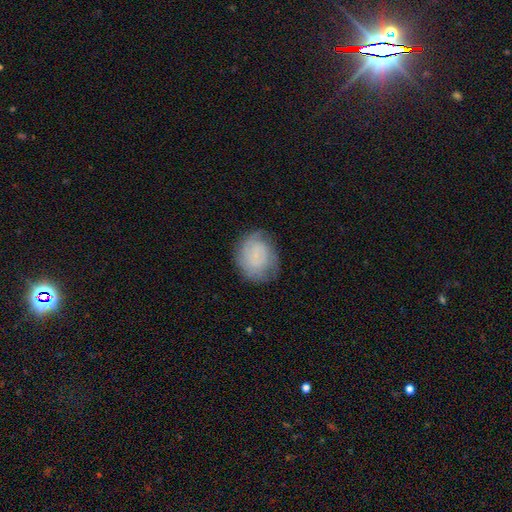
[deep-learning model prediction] Q: Smooth or featured?
A: featured or disk (46%); runner-up: smooth (45%)
Q: Merging?
A: none (68%); runner-up: minor disturbance (22%)